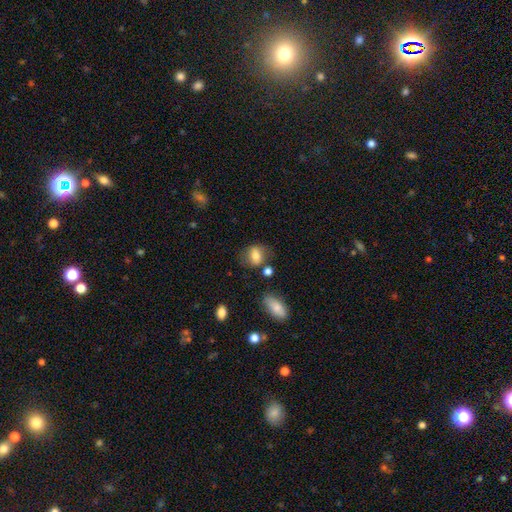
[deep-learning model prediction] smooth_or_featured: smooth (p=0.74) [alt: featured or disk p=0.16]
how_rounded: in between (p=0.60) [alt: round p=0.38]
merging: none (p=0.63) [alt: minor disturbance p=0.21]